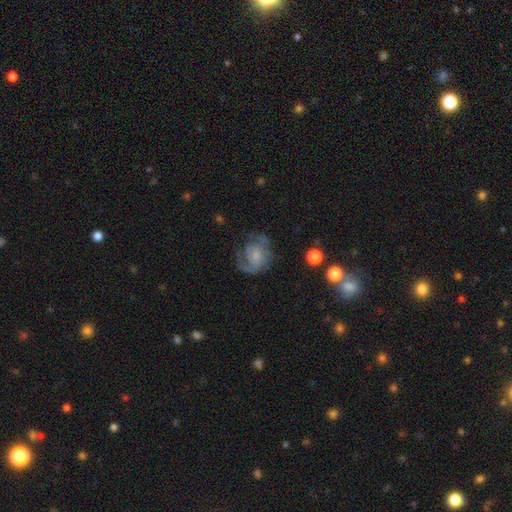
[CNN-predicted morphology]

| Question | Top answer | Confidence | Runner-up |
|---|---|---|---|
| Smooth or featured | featured or disk | 66% | smooth (26%) |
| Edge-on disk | no | 98% | yes (2%) |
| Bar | no | 69% | weak (27%) |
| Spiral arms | yes | 84% | no (16%) |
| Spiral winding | medium | 42% | tight (35%) |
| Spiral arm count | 2 | 34% | 1 (30%) |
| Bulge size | small | 50% | moderate (24%) |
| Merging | none | 51% | major disturbance (25%) |